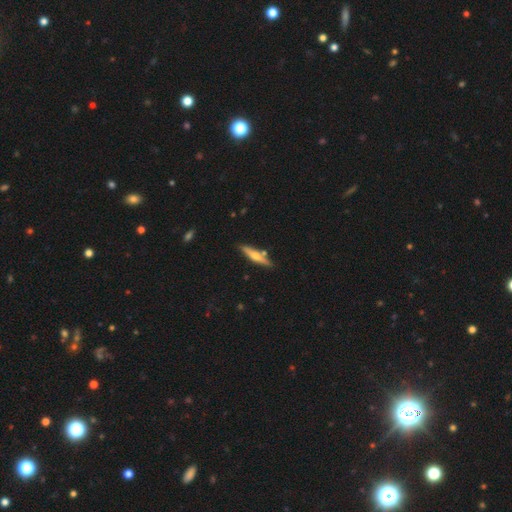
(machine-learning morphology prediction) Smooth or featured: featured or disk — 49% (smooth — 45%)
Merging: none — 80% (minor disturbance — 11%)